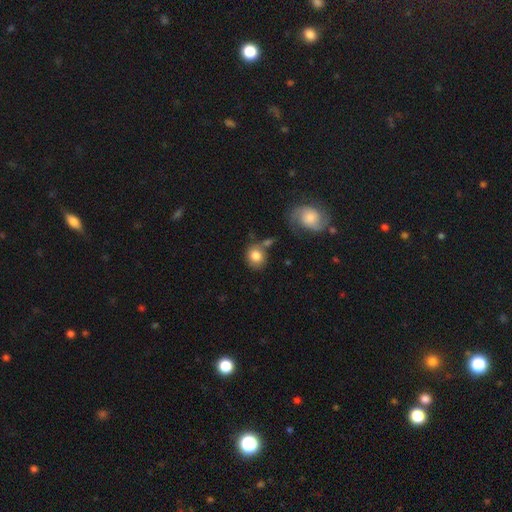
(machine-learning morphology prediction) Smooth or featured: smooth — 82% (featured or disk — 11%)
How rounded: round — 71% (in between — 28%)
Merging: none — 59% (minor disturbance — 17%)